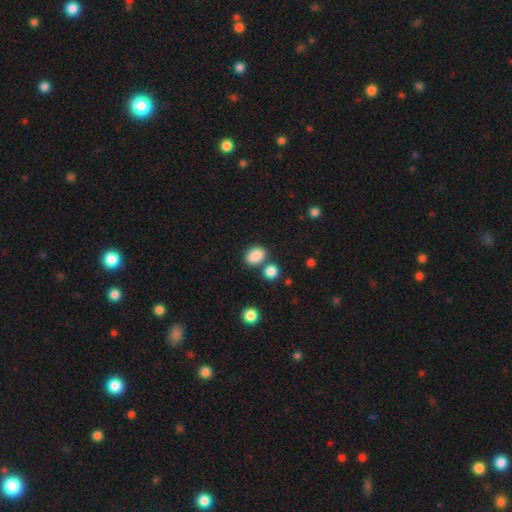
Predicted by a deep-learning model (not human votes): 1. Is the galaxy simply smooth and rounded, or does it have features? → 86% smooth, 9% star or artifact, 5% featured or disk.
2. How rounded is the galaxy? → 68% in between, 31% round, 1% cigar-shaped.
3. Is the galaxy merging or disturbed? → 67% none, 17% merger, 12% minor disturbance, 4% major disturbance.